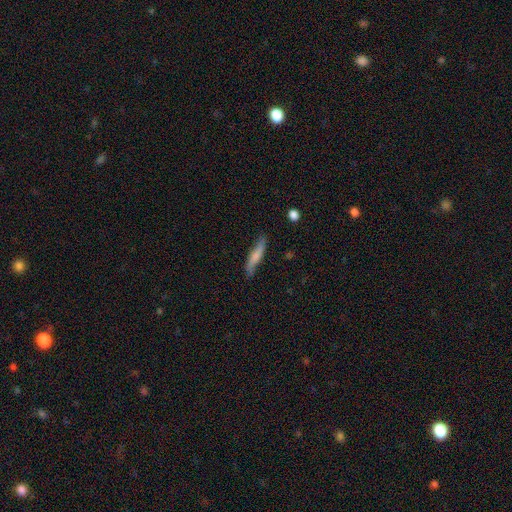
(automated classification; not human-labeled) smooth 61%, featured or disk 33%, star or artifact 6%. Down the decision tree: how rounded — cigar-shaped (86%); merging — none (73%).